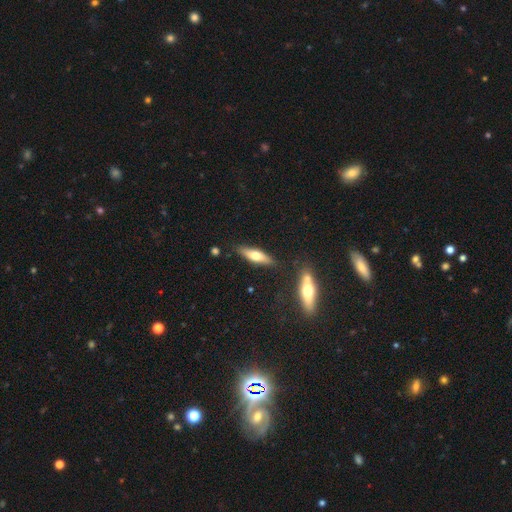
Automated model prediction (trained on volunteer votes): Smooth or featured? Predicted: smooth (p=0.54). How rounded? Predicted: cigar-shaped (p=0.61). Merging? Predicted: none (p=0.83).